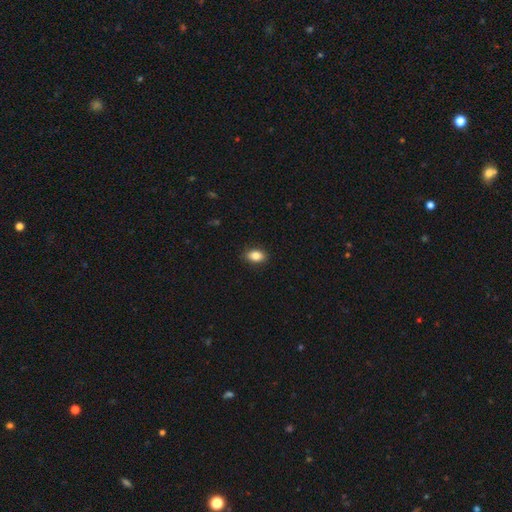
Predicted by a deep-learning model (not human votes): This appears to be a smooth galaxy with no disk features (85%) that is in between round and cigar-shaped (85%). Merging: none (89%).